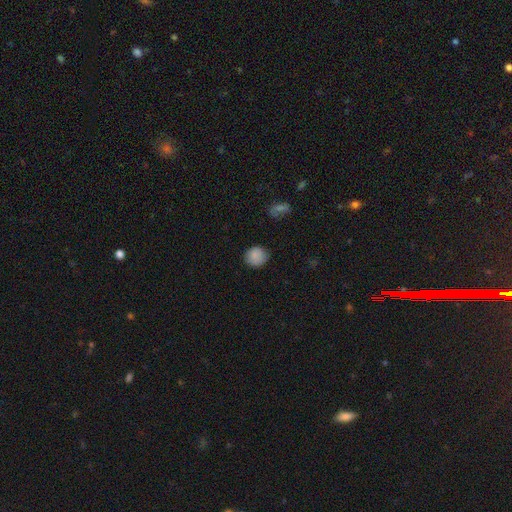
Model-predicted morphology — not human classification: A smooth galaxy with no disk features (86%) that is round (86%). Merging: none (82%).